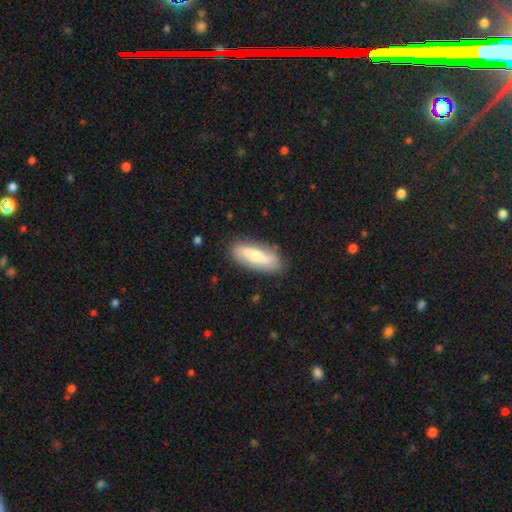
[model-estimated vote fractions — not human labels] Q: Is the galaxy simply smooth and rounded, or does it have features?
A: smooth — 61%.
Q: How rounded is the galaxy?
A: in between — 60%.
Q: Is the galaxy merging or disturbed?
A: none — 83%.